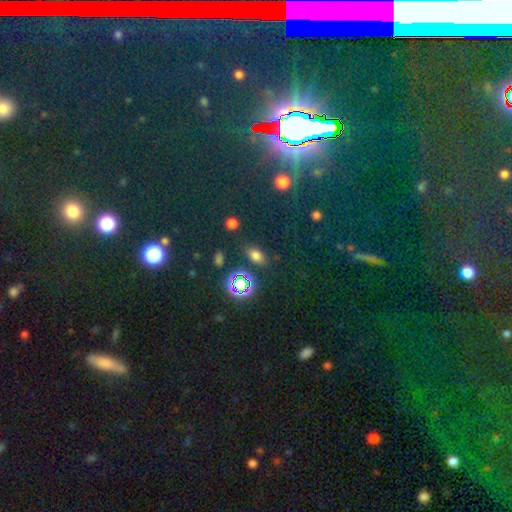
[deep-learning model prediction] smooth 66%, star or artifact 27%, featured or disk 7%. Down the decision tree: how rounded — in between (82%); merging — none (82%).